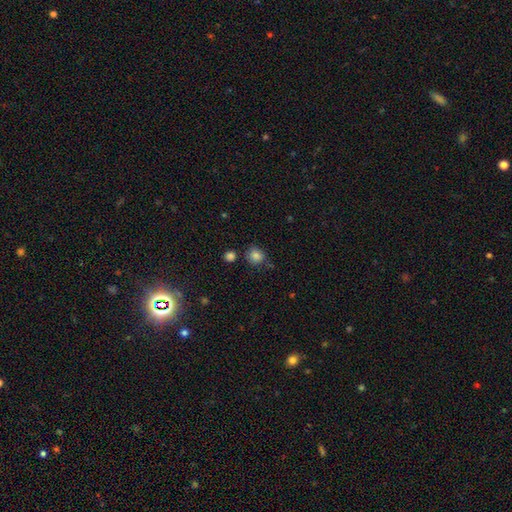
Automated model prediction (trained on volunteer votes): Overall: smooth (84%). How rounded: round (86%). Merging: none (74%).